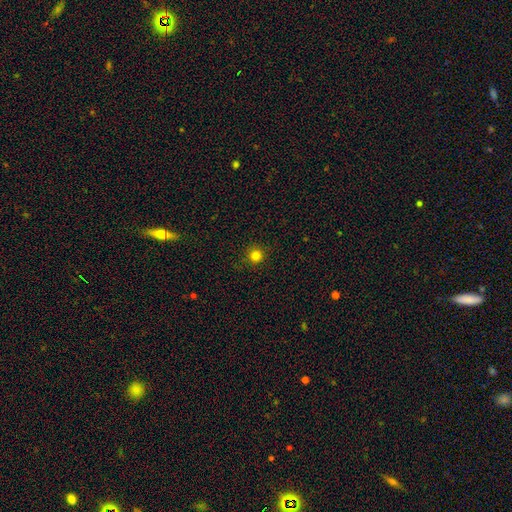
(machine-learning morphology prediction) smooth-or-featured: smooth: 81% | star or artifact: 15% | featured or disk: 4%
  how-rounded: round: 95% | in between: 4% | cigar-shaped: 1%
  merging: none: 91% | minor disturbance: 6% | major disturbance: 2% | merger: 1%